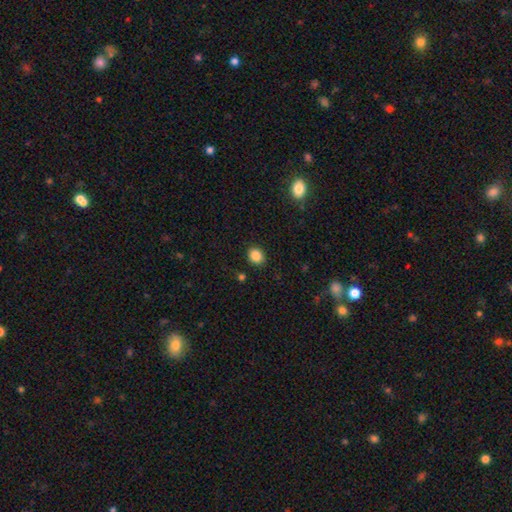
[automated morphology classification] Smooth or featured: smooth — 87% (star or artifact — 10%)
How rounded: round — 57% (in between — 42%)
Merging: none — 88% (minor disturbance — 8%)